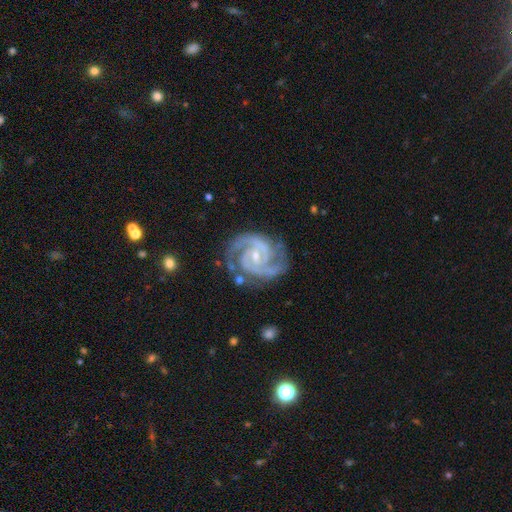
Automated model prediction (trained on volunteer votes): smooth-or-featured: featured or disk: 93% | star or artifact: 4% | smooth: 2%
  disk-edge-on: no: 98% | yes: 2%
    bar: no: 43% | weak: 40% | strong: 16%
    has-spiral-arms: yes: 99% | no: 1%
      spiral-winding: tight: 58% | medium: 39% | loose: 3%
      spiral-arm-count: 2: 79% | 3: 12% | can't tell: 3% | 4: 2% | 1: 2% | more than 4: 2%
    bulge-size: small: 69% | moderate: 27% | none: 2% | large: 1% | dominant: 1%
  merging: none: 76% | minor disturbance: 16% | major disturbance: 5% | merger: 2%